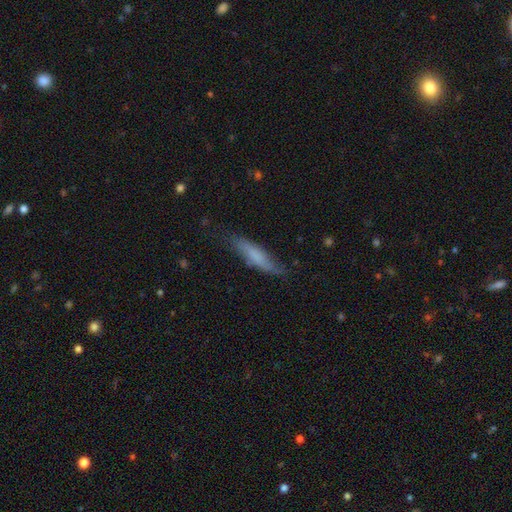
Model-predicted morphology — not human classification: smooth_or_featured: smooth (p=0.63) [alt: featured or disk p=0.30]
how_rounded: cigar-shaped (p=0.78) [alt: in between p=0.20]
merging: none (p=0.67) [alt: minor disturbance p=0.25]